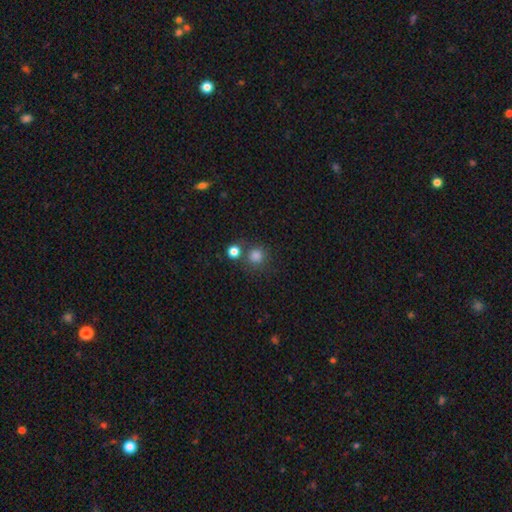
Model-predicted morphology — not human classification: Overall: smooth (81%). How rounded: round (91%). Merging: none (70%).